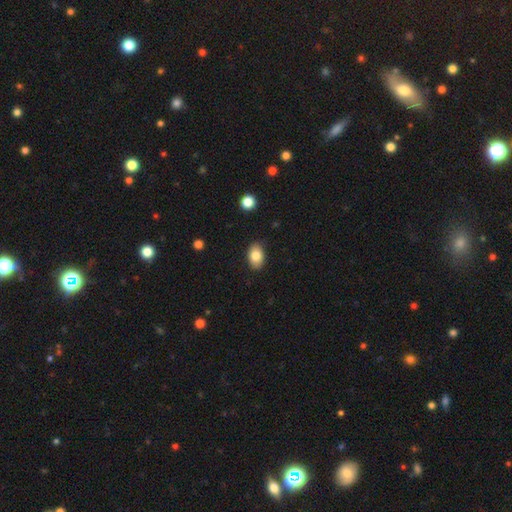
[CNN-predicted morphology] smooth-or-featured: smooth: 82% | featured or disk: 10% | star or artifact: 8%
  how-rounded: in between: 86% | round: 13% | cigar-shaped: 1%
  merging: none: 87% | minor disturbance: 9% | major disturbance: 2% | merger: 1%